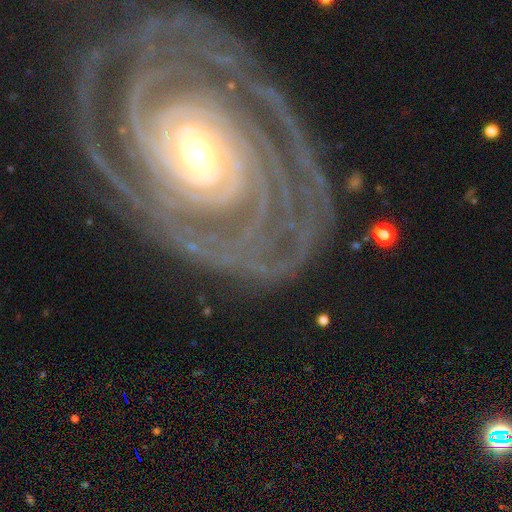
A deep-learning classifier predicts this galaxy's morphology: smooth-or-featured: featured or disk: 90% | star or artifact: 5% | smooth: 4%
  disk-edge-on: no: 96% | yes: 4%
    bar: no: 54% | weak: 24% | strong: 22%
    has-spiral-arms: yes: 98% | no: 2%
      spiral-winding: tight: 85% | medium: 12% | loose: 2%
      spiral-arm-count: more than 4: 20% (tied) | can't tell: 20% (tied) | 4: 19% | 3: 16% | 2: 15% | 1: 9%
    bulge-size: moderate: 53% | small: 40% | large: 5% | dominant: 1% | none: 1%
  merging: none: 75% | minor disturbance: 14% | major disturbance: 8% | merger: 2%